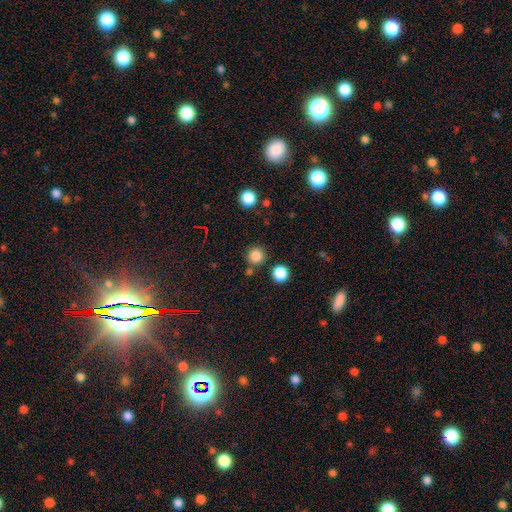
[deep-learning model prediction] This appears to be a smooth galaxy with no disk features (83%) that is round (95%). Merging: none (82%).